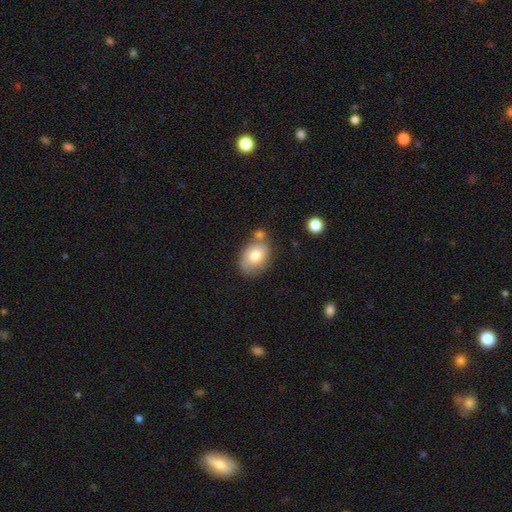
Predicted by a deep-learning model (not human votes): Morphology: type=smooth (77%); roundness=in between (71%); merging=none (58%).